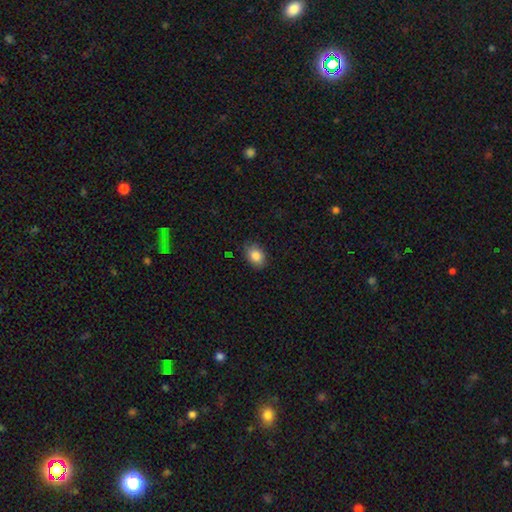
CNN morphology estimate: Smooth or featured? smooth (86%)
How rounded? in between (79%)
Merging? none (83%)